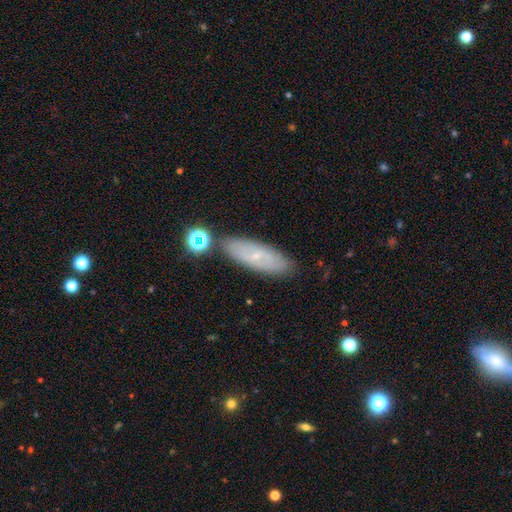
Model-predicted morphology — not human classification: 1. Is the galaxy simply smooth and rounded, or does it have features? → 46% featured or disk, 44% smooth, 10% star or artifact.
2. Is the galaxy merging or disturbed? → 80% none, 13% minor disturbance, 4% merger, 3% major disturbance.